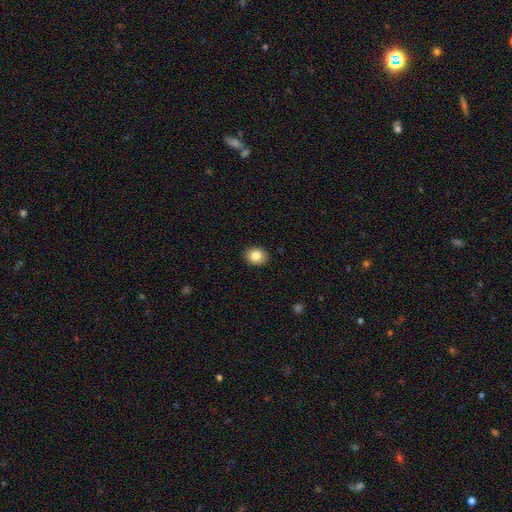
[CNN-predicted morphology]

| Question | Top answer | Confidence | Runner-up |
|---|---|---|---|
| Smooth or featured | smooth | 83% | star or artifact (9%) |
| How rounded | round | 50% | in between (49%) |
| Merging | none | 90% | minor disturbance (8%) |